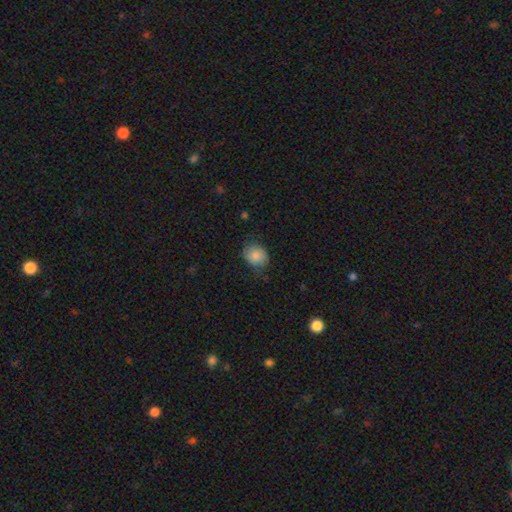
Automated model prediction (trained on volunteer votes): smooth 81%, featured or disk 11%, star or artifact 8%. Down the decision tree: how rounded — round (54%); merging — none (67%).